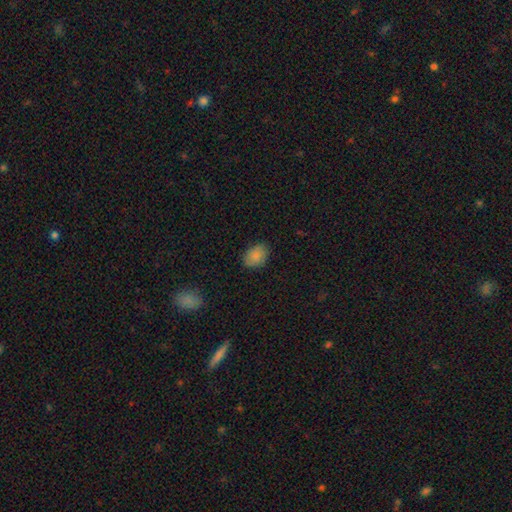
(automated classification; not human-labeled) Q: Smooth or featured?
A: smooth (85%); runner-up: star or artifact (8%)
Q: How rounded?
A: in between (74%); runner-up: round (25%)
Q: Merging?
A: none (81%); runner-up: minor disturbance (15%)